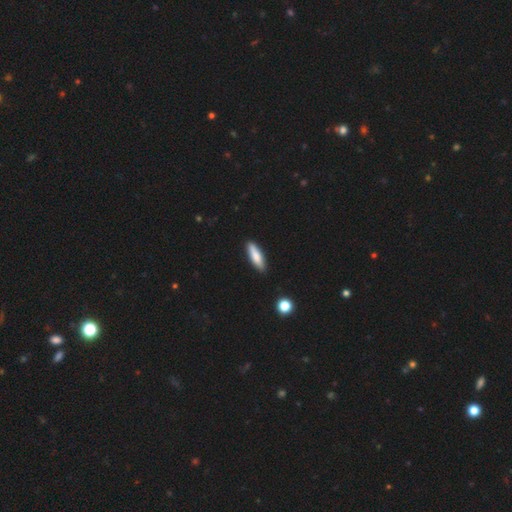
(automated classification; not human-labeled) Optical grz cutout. It shows a smooth galaxy with no disk features (78%) that is cigar-shaped (68%). Merging: none (88%).